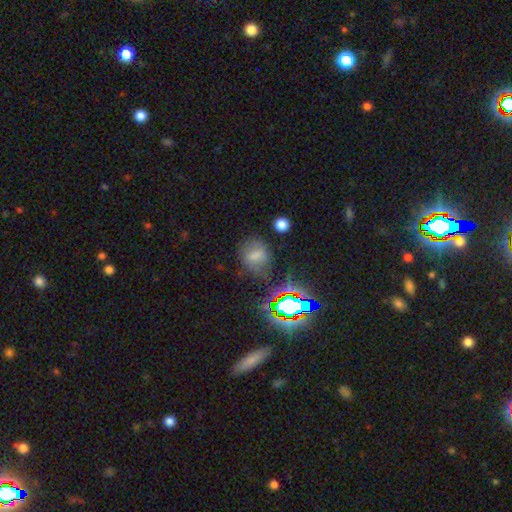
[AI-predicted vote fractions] This appears to be a smooth galaxy with no disk features (61%) that is round (50%). Merging: none (66%).